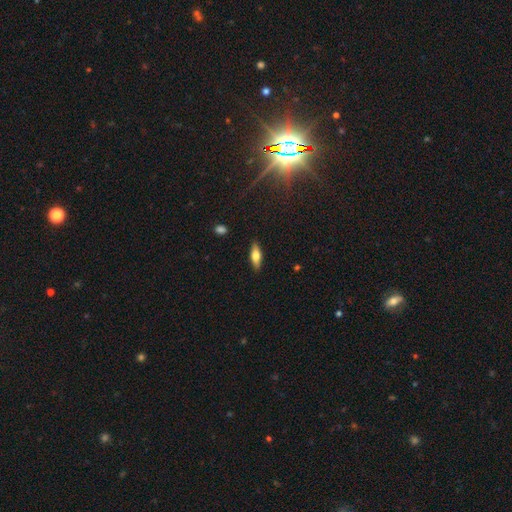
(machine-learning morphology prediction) smooth_or_featured: smooth (p=0.59) [alt: featured or disk p=0.35]
how_rounded: in between (p=0.58) [alt: cigar-shaped p=0.40]
merging: none (p=0.87) [alt: minor disturbance p=0.09]